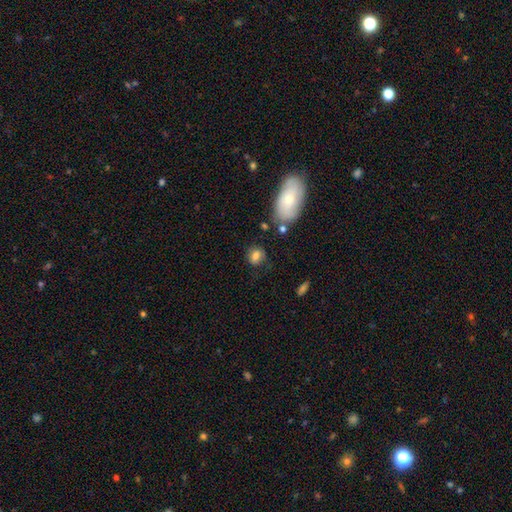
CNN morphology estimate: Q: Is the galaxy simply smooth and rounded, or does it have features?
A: smooth — 77%.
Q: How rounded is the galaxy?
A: round — 54%.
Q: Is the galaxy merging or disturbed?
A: none — 70%.